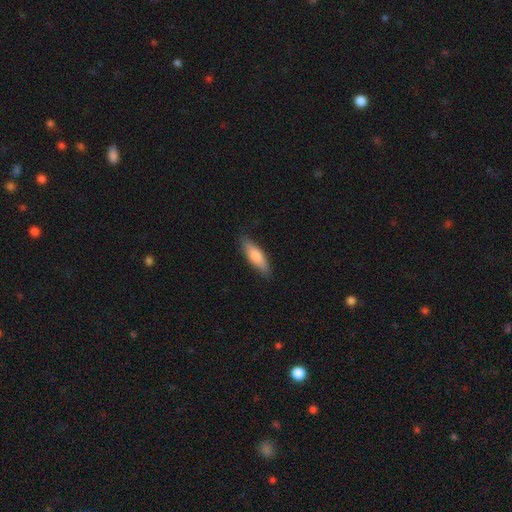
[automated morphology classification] A smooth galaxy with no disk features (75%) that is cigar-shaped (53%). Merging: none (86%).